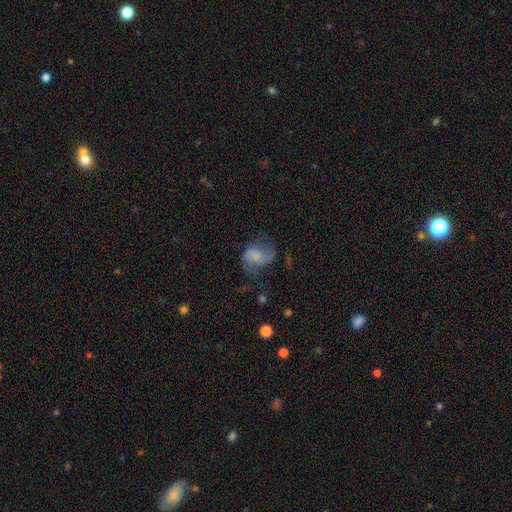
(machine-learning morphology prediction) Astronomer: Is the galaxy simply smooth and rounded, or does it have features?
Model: featured or disk — 46% (runner-up: smooth, 44%).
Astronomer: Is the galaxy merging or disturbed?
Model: none — 44% (runner-up: major disturbance, 27%).